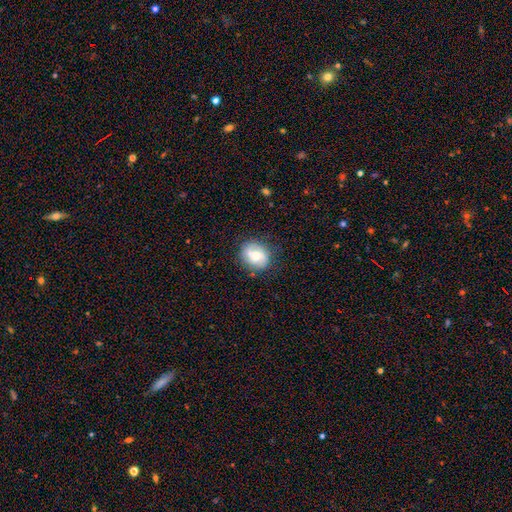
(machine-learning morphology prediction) A featured or disk galaxy (53%) with a weak bar (45%), spiral arms (86%) and a moderate central bulge (51%).

Vote fractions:
- Smooth or featured? featured or disk: 53% / smooth: 39% / star or artifact: 8%
- Edge-on disk? no: 97% / yes: 3%
- Bar? weak: 45% / no: 42% / strong: 12%
- Spiral arms? yes: 86% / no: 14%
- Bulge size? moderate: 51% / small: 29% / large: 12% / none: 6% / dominant: 2%
- Merging? none: 77% / minor disturbance: 16% / major disturbance: 5% / merger: 2%